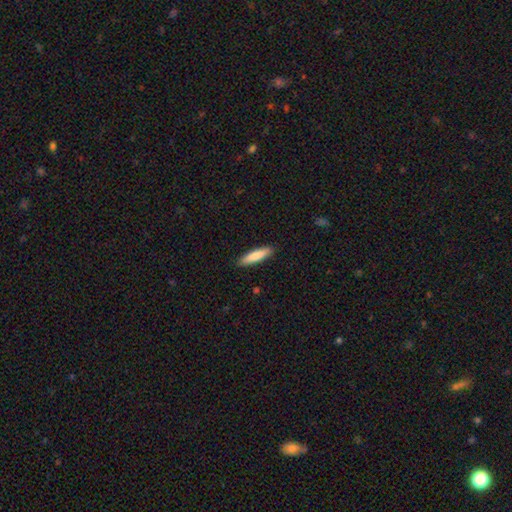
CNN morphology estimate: This appears to be a smooth galaxy with no disk features (84%) that is cigar-shaped (81%). Merging: none (90%).